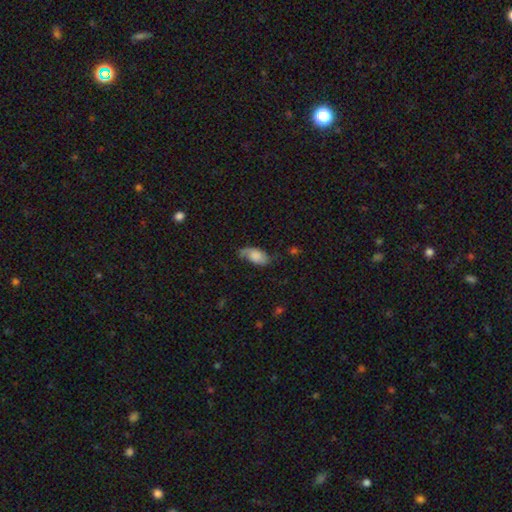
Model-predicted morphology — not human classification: Smooth or featured? Predicted: smooth (p=0.50). Merging? Predicted: none (p=0.54).